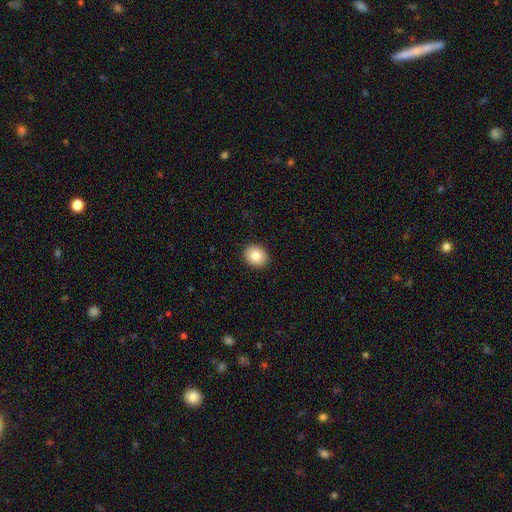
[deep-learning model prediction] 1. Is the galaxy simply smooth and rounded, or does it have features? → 84% smooth, 8% star or artifact, 8% featured or disk.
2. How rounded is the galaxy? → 61% round, 38% in between, 1% cigar-shaped.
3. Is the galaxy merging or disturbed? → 91% none, 6% minor disturbance, 2% major disturbance, 1% merger.